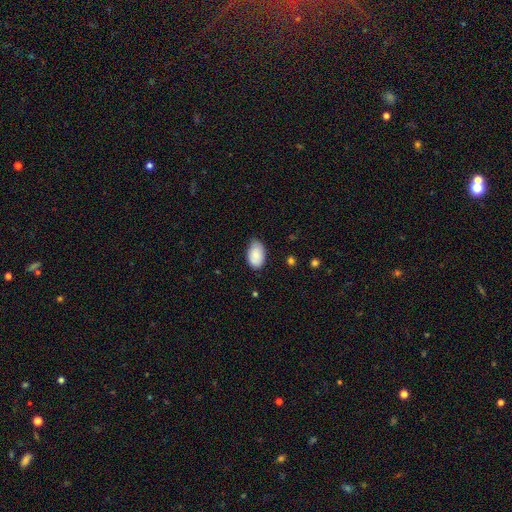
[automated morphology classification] This is clearly a smooth galaxy (86%). How rounded: clearly in between (93%). Merging: likely none (73%).